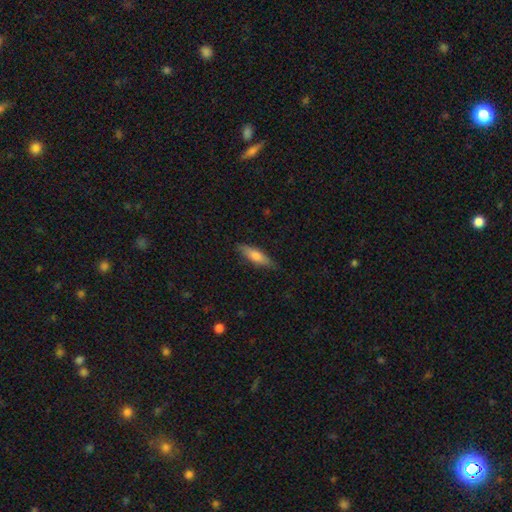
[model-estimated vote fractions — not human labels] Smooth or featured? Predicted: smooth (p=0.69). How rounded? Predicted: cigar-shaped (p=0.61). Merging? Predicted: none (p=0.84).